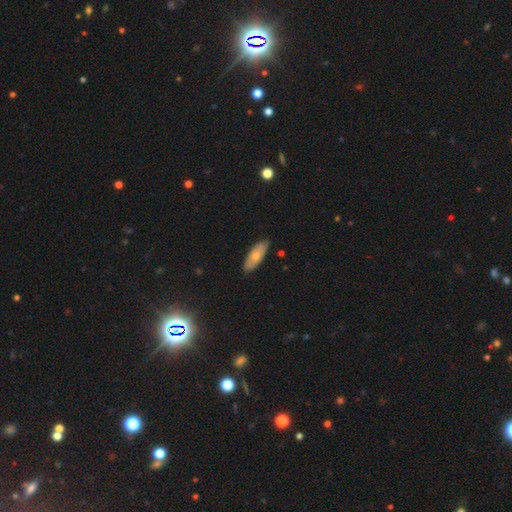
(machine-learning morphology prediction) smooth_or_featured: smooth (p=0.66) [alt: featured or disk p=0.29]
how_rounded: in between (p=0.70) [alt: cigar-shaped p=0.28]
merging: none (p=0.83) [alt: minor disturbance p=0.14]